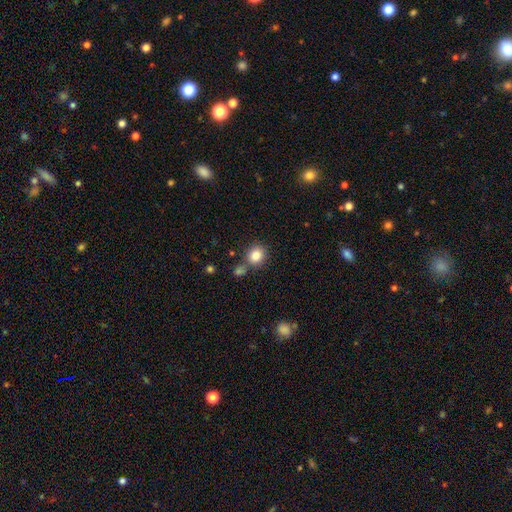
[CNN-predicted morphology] Smooth or featured?
  - smooth: 84% *
  - star or artifact: 10%
  - featured or disk: 6%
How rounded?
  - round: 80% *
  - in between: 20%
  - cigar-shaped: 1%
Merging?
  - none: 72% *
  - merger: 14%
  - minor disturbance: 11%
  - major disturbance: 3%